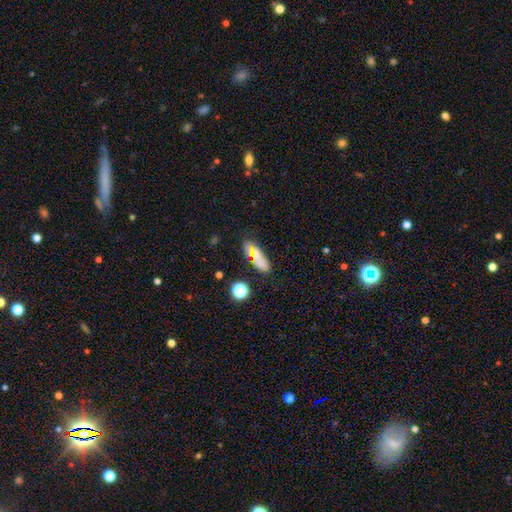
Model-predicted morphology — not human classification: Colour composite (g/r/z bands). It shows a smooth galaxy with no disk features (66%) that is in between round and cigar-shaped (66%). Merging: none (76%).